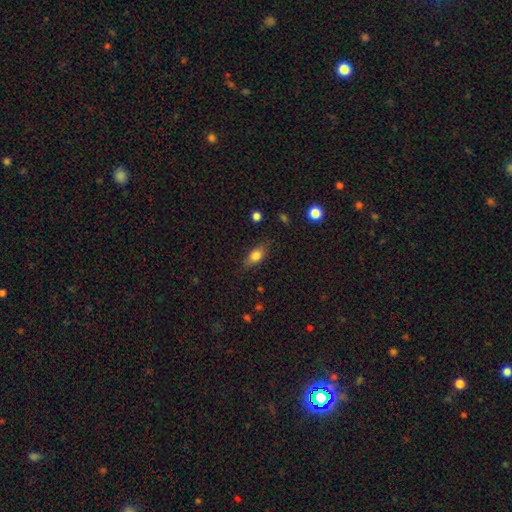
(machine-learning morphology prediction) The model was most divided on "smooth or featured": smooth: 77%, featured or disk: 15%, star or artifact: 8%. More confident: how rounded — in between (81%); merging — none (79%).